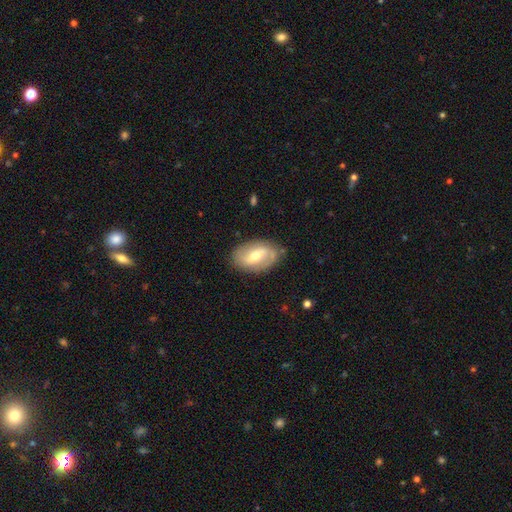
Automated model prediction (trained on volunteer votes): A featured or disk galaxy (63%) with a weak bar (48%), spiral arms (71%) and a moderate central bulge (65%).

Vote fractions:
- Smooth or featured? featured or disk: 63% / smooth: 31% / star or artifact: 6%
- Edge-on disk? no: 94% / yes: 6%
- Bar? weak: 48% / strong: 31% / no: 20%
- Spiral arms? yes: 71% / no: 29%
- Bulge size? moderate: 65% / small: 28% / large: 5% / none: 1% / dominant: 1%
- Merging? none: 81% / minor disturbance: 14% / major disturbance: 4% / merger: 1%